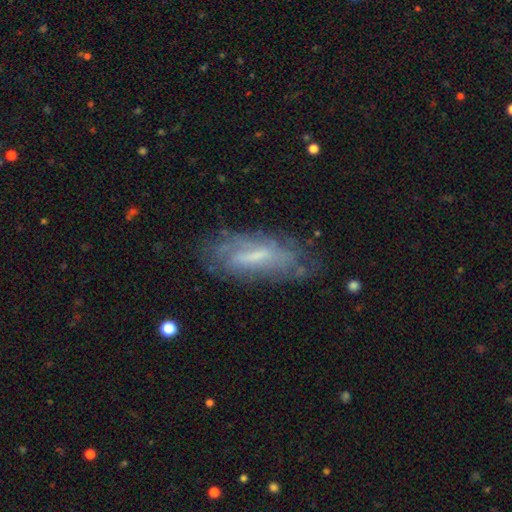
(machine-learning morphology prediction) smooth_or_featured: featured or disk (p=0.60) [alt: smooth p=0.32]
disk_edge_on: no (p=0.75) [alt: yes p=0.25]
merging: none (p=0.65) [alt: minor disturbance p=0.22]